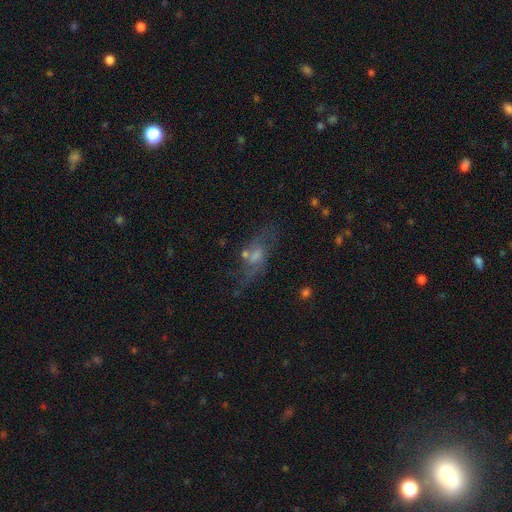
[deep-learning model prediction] Morphology: type=featured or disk (46%); merging=none (58%).